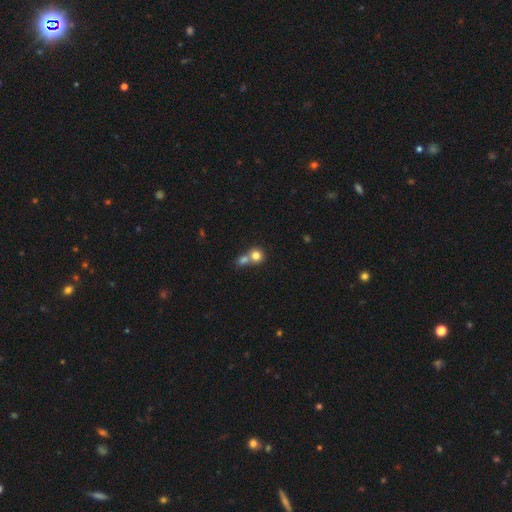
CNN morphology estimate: smooth-or-featured: smooth: 79% | featured or disk: 11% | star or artifact: 10%
  how-rounded: round: 85% | in between: 14% | cigar-shaped: 1%
  merging: merger: 56% | none: 36% | minor disturbance: 6% | major disturbance: 3%